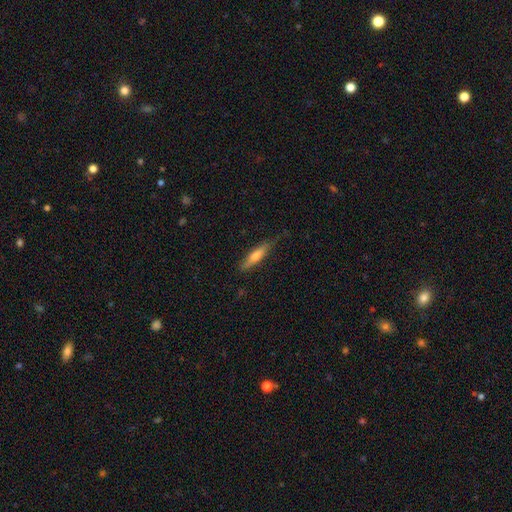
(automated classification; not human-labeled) Overall: smooth (58%; featured or disk 36%). How rounded: cigar-shaped (80%). Merging: none (77%).